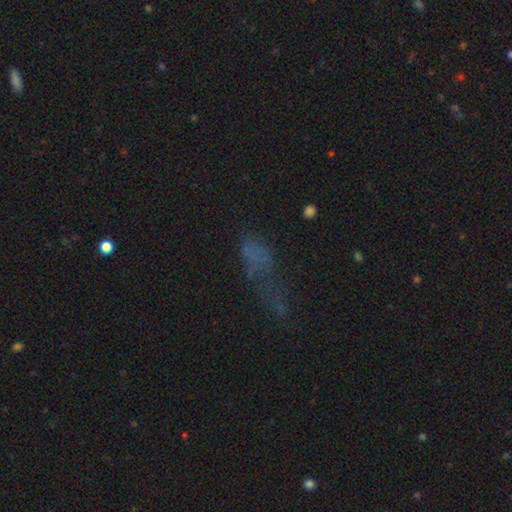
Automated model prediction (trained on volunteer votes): A smooth galaxy with no disk features (45%).

Vote fractions:
- Smooth or featured? smooth: 45% / star or artifact: 32% / featured or disk: 22%
- Merging? major disturbance: 42% / none: 30% / minor disturbance: 19% / merger: 9%